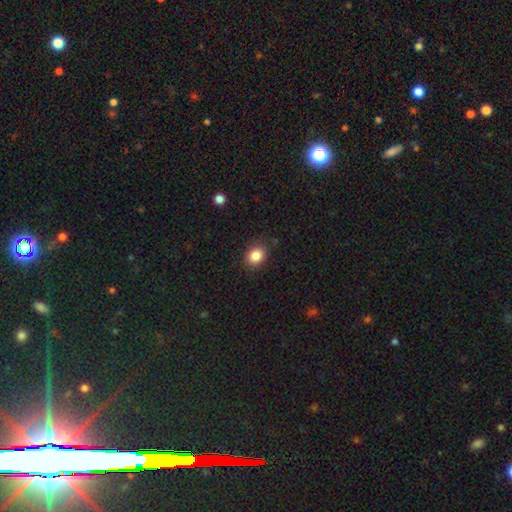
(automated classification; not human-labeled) Smooth or featured?
  - smooth: 85% *
  - star or artifact: 10%
  - featured or disk: 5%
How rounded?
  - round: 57% *
  - in between: 42%
  - cigar-shaped: 1%
Merging?
  - none: 86% *
  - minor disturbance: 10%
  - major disturbance: 3%
  - merger: 1%